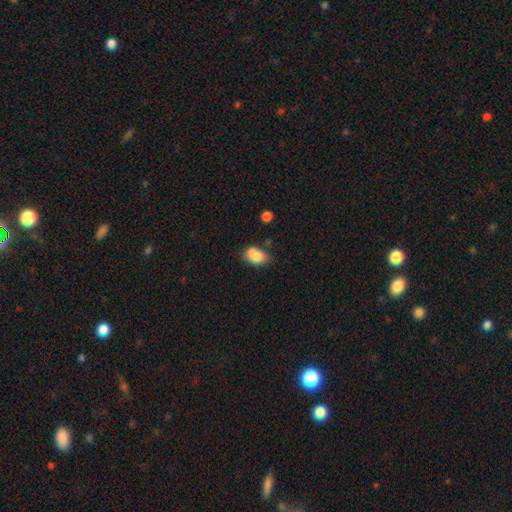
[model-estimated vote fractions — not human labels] A smooth galaxy with no disk features (82%) that is in between round and cigar-shaped (84%). Merging: none (51%).